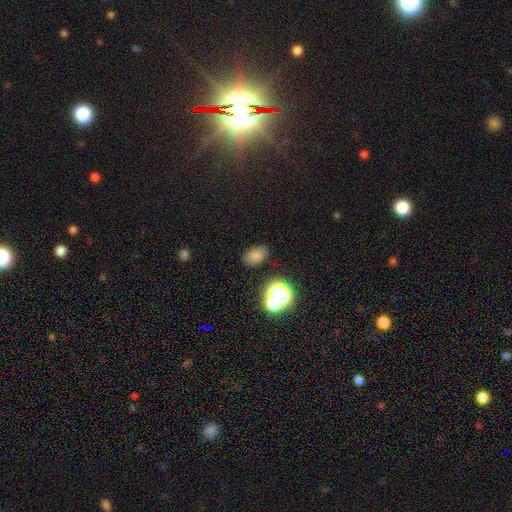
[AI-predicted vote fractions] A smooth galaxy with no disk features (75%) that is in between round and cigar-shaped (77%). Merging: none (79%).